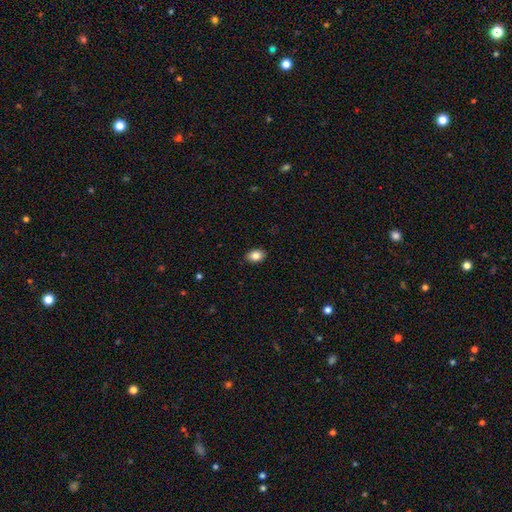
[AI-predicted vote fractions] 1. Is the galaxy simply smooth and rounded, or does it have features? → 85% smooth, 9% star or artifact, 7% featured or disk.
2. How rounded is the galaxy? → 80% in between, 19% round, 1% cigar-shaped.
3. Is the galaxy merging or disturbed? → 88% none, 9% minor disturbance, 2% major disturbance, 1% merger.